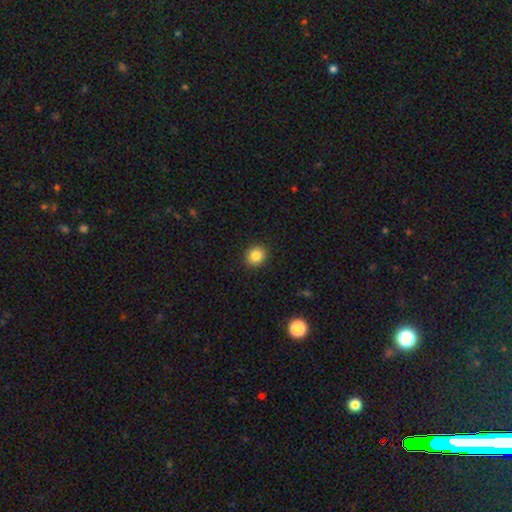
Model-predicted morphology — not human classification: This appears to be a smooth galaxy with no disk features (86%) that is round (81%). Merging: none (91%).